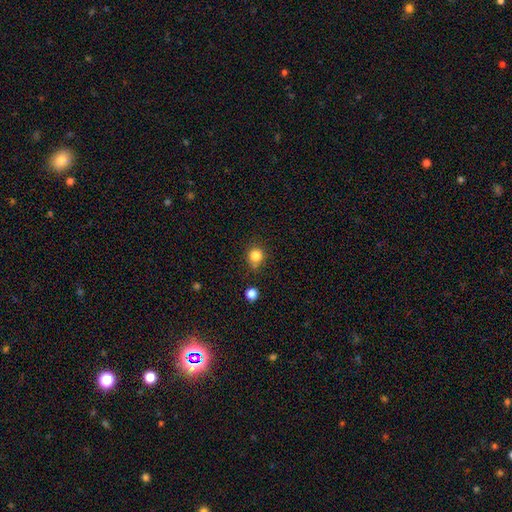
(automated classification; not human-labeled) Q: Smooth or featured?
A: smooth (83%); runner-up: star or artifact (12%)
Q: How rounded?
A: round (88%); runner-up: in between (11%)
Q: Merging?
A: none (72%); runner-up: minor disturbance (17%)